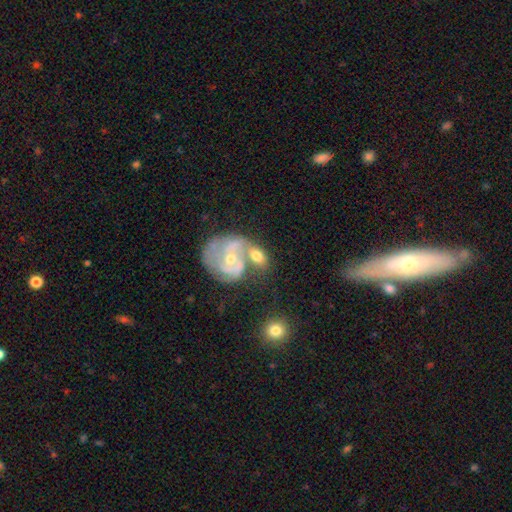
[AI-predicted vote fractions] Smooth or featured? featured or disk (70%)
Edge-on disk? no (97%)
Bar? no (62%)
Spiral arms? yes (81%)
Spiral winding? medium (44%)
Spiral arm count? 2 (52%)
Bulge size? moderate (49%)
Merging? merger (46%)